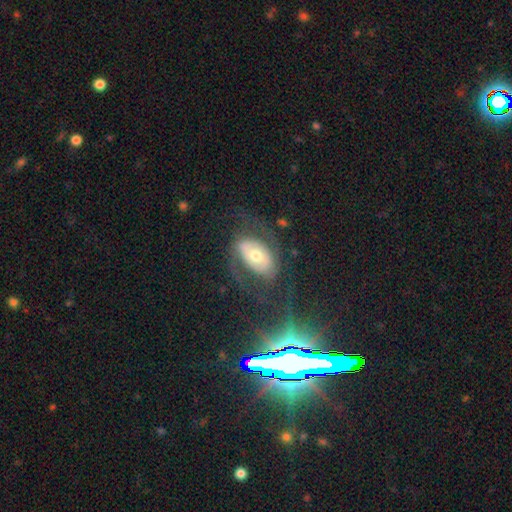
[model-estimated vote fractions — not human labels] The model was most divided on "smooth or featured": featured or disk: 51%, smooth: 31%, star or artifact: 18%. More confident: edge-on disk — no (91%); merging — none (67%).